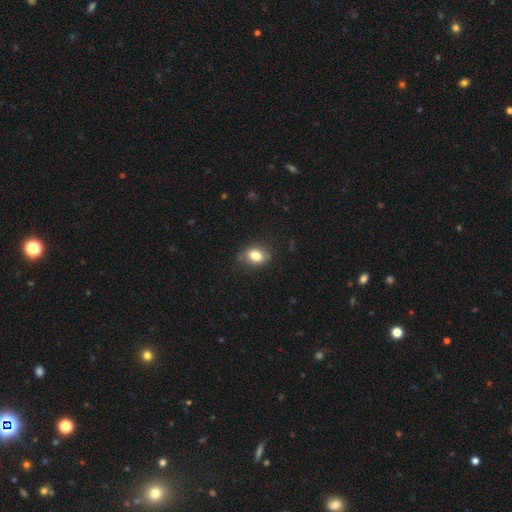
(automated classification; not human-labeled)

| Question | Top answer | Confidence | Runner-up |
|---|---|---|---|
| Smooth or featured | smooth | 79% | featured or disk (12%) |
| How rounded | in between | 74% | round (25%) |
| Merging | none | 76% | minor disturbance (19%) |